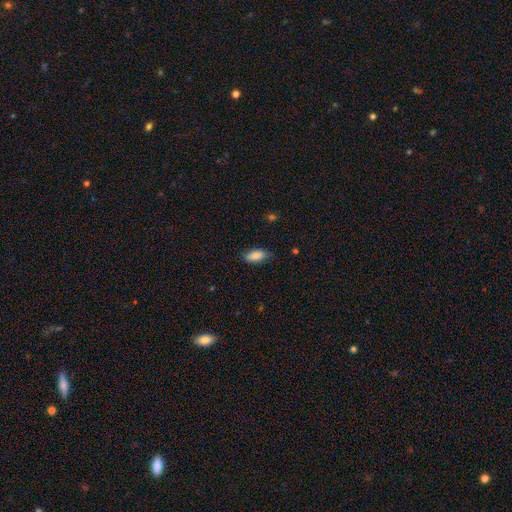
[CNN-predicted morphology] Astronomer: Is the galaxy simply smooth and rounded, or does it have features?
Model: smooth — 86%.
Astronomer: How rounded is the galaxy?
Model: in between — 88%.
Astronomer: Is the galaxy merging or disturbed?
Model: none — 80%.